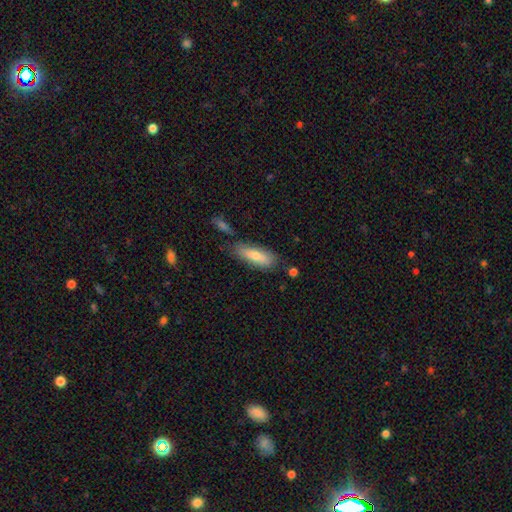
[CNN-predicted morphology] This appears to be a smooth galaxy with no disk features (69%) that is in between round and cigar-shaped (52%). Merging: none (71%).